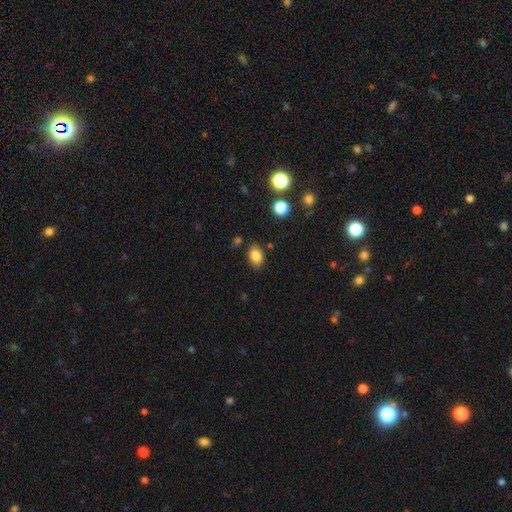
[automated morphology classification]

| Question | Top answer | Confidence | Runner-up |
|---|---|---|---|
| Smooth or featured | smooth | 83% | star or artifact (10%) |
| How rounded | in between | 79% | round (19%) |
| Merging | none | 81% | minor disturbance (13%) |